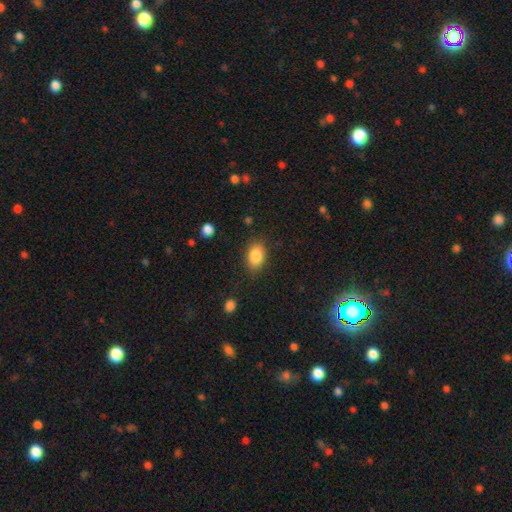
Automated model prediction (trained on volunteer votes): A smooth galaxy with no disk features (85%) that is in between round and cigar-shaped (84%).

Vote fractions:
- Smooth or featured? smooth: 85% / star or artifact: 8% / featured or disk: 7%
- How rounded? in between: 84% / round: 14% / cigar-shaped: 1%
- Merging? none: 82% / minor disturbance: 13% / major disturbance: 4% / merger: 1%